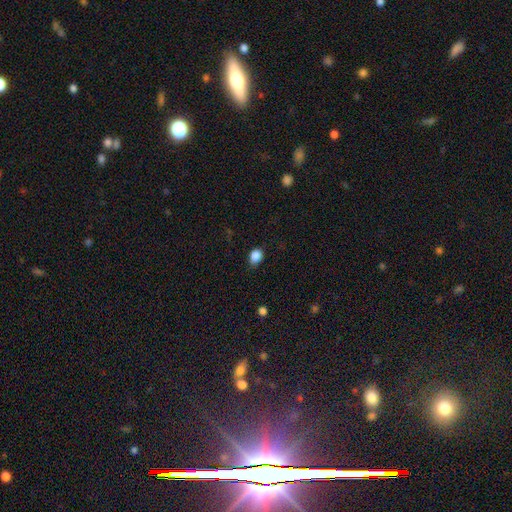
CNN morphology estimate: This is clearly a smooth galaxy (86%). How rounded: possibly in between (54%). Merging: likely none (68%).